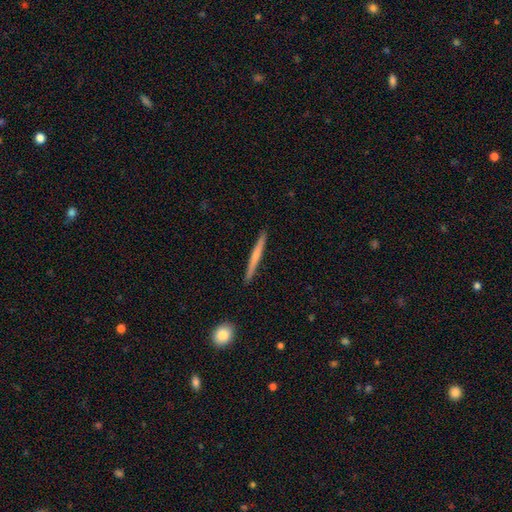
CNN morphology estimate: type=smooth (51%); roundness=cigar-shaped (96%); merging=none (91%).